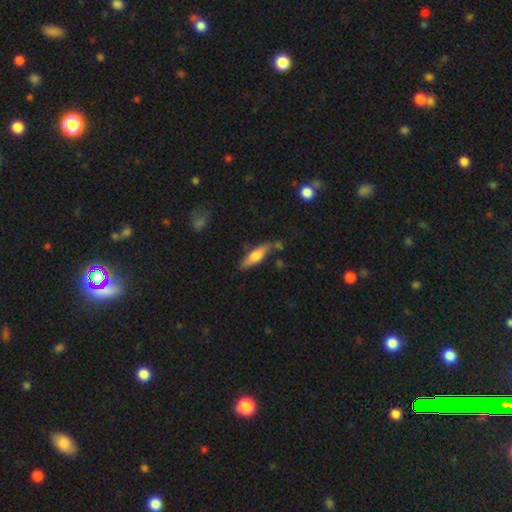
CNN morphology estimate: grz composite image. It shows a smooth galaxy with no disk features (62%) that is cigar-shaped (60%). Merging: none (72%).